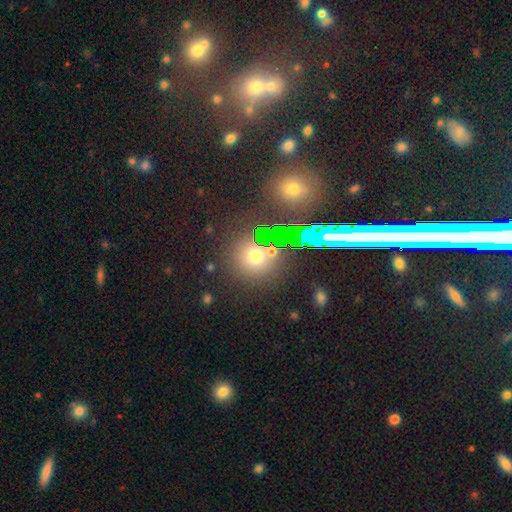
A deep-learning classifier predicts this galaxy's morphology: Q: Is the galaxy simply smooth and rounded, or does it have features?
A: smooth — 64%.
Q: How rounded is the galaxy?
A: round — 86%.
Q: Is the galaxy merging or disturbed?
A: none — 75%.